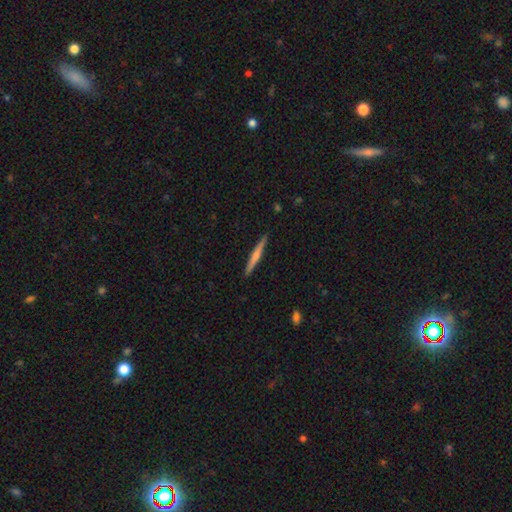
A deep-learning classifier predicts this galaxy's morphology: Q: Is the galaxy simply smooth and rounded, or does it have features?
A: featured or disk — 65%.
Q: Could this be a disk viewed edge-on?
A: yes — 98%.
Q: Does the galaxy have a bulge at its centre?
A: rounded — 78%.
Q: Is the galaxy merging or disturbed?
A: none — 92%.